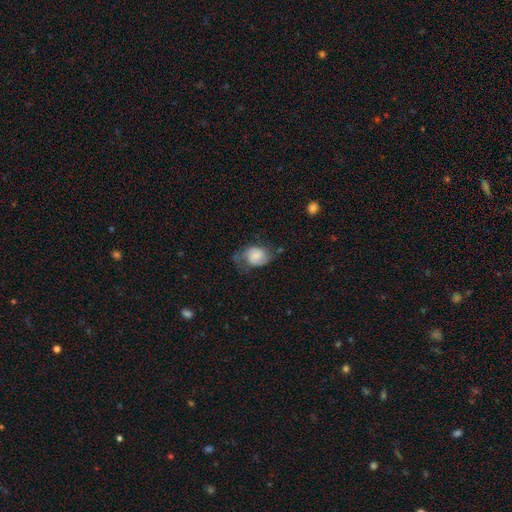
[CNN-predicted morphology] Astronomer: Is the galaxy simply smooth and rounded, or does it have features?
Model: smooth — 53% (runner-up: featured or disk, 38%).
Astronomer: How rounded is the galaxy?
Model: in between — 56% (runner-up: round, 43%).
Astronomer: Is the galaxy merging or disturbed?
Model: none — 42% (runner-up: minor disturbance, 31%).